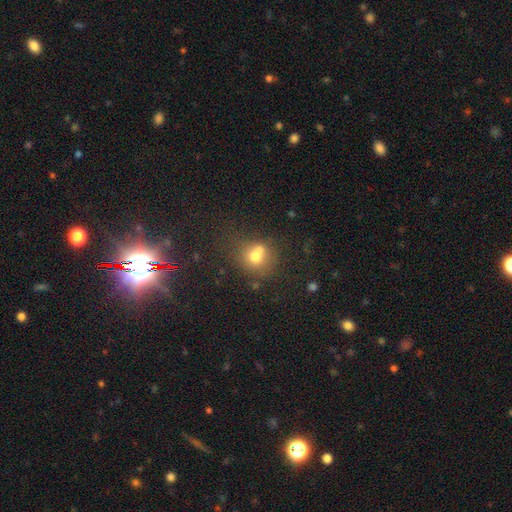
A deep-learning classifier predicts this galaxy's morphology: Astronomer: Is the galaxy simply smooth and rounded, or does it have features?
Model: smooth — 68%.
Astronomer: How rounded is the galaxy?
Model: round — 79%.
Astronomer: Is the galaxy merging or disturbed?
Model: none — 44% (runner-up: merger, 38%).